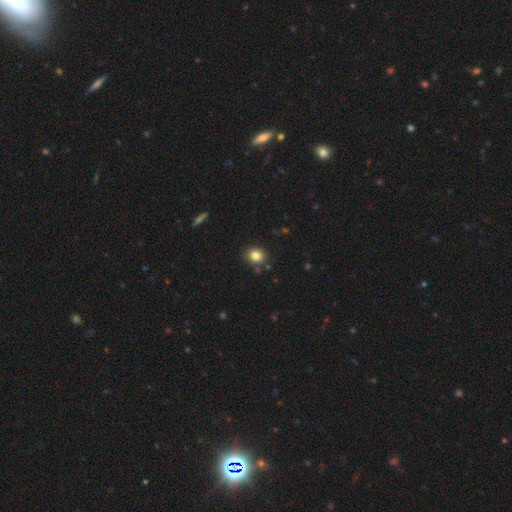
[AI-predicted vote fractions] This is clearly a smooth galaxy (83%). How rounded: possibly round (59%). Merging: clearly none (84%).